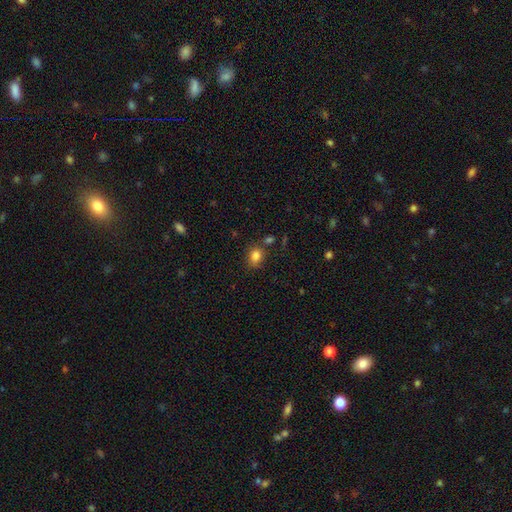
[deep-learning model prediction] Smooth or featured?
  - smooth: 83% *
  - star or artifact: 11%
  - featured or disk: 6%
How rounded?
  - in between: 60% *
  - round: 39%
  - cigar-shaped: 1%
Merging?
  - none: 76% *
  - minor disturbance: 13%
  - merger: 8%
  - major disturbance: 4%